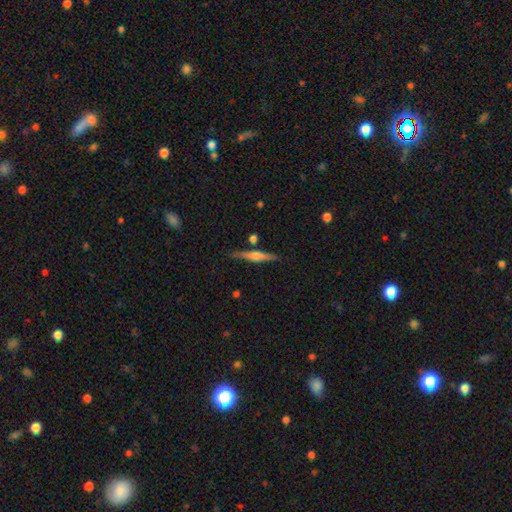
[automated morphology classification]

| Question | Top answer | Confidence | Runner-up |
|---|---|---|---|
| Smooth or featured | featured or disk | 61% | smooth (32%) |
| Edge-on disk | yes | 97% | no (3%) |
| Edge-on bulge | rounded | 76% | boxy (14%) |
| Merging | none | 85% | minor disturbance (9%) |